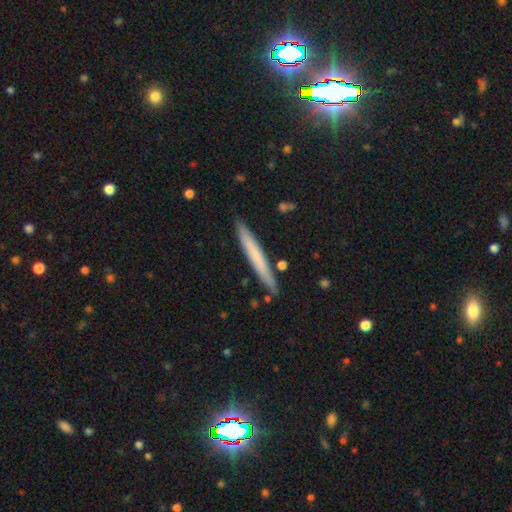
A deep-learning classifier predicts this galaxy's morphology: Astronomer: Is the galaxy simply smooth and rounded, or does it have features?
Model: smooth — 62%.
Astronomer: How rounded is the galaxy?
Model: cigar-shaped — 97%.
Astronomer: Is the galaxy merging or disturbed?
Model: none — 89%.